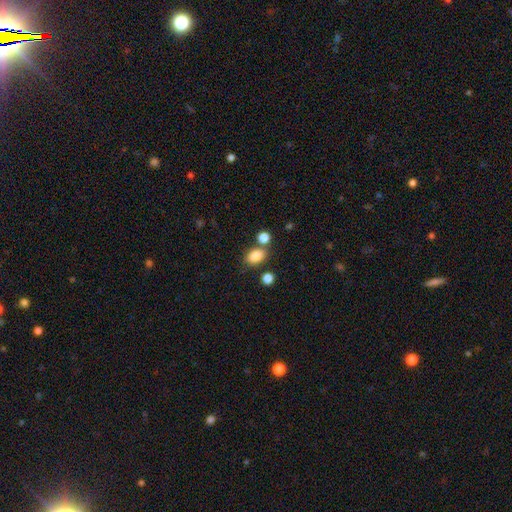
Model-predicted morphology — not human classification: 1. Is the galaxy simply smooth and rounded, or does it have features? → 84% smooth, 10% star or artifact, 6% featured or disk.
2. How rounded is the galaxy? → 77% in between, 22% round, 1% cigar-shaped.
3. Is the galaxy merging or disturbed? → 69% none, 16% merger, 12% minor disturbance, 4% major disturbance.